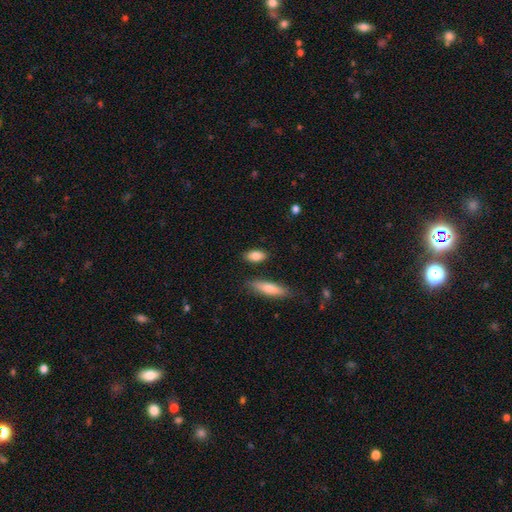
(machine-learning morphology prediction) This appears to be a smooth galaxy with no disk features (85%) that is in between round and cigar-shaped (84%). Merging: none (83%).